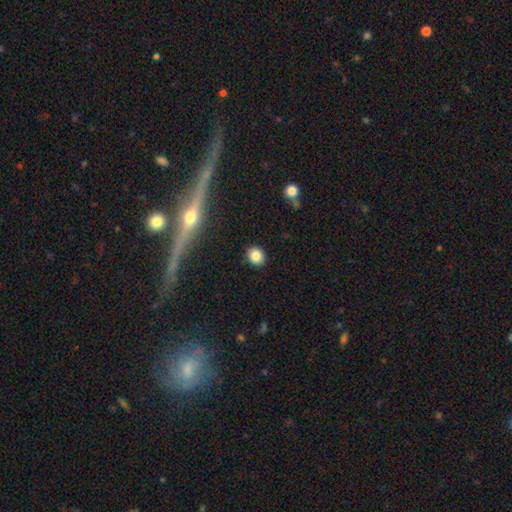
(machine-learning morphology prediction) type=smooth (84%); roundness=round (70%); merging=none (89%).